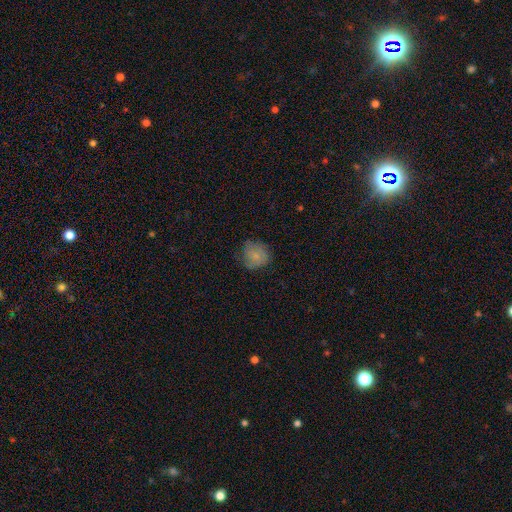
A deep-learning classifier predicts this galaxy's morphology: Smooth or featured? smooth (76%)
How rounded? round (82%)
Merging? none (67%)